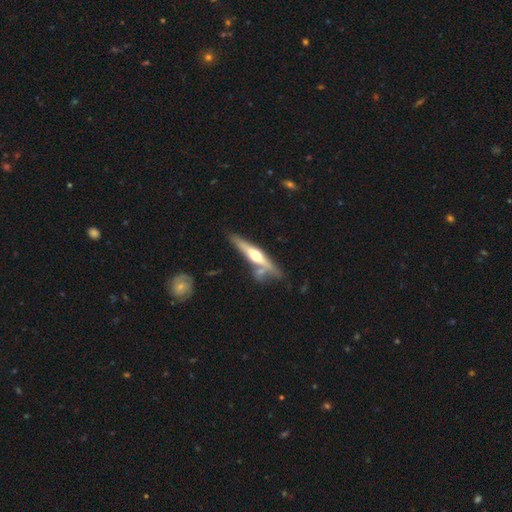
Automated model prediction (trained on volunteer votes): Smooth or featured? Predicted: featured or disk (p=0.62). Edge-on disk? Predicted: yes (p=0.93). Edge-on bulge? Predicted: rounded (p=0.89). Merging? Predicted: none (p=0.67).